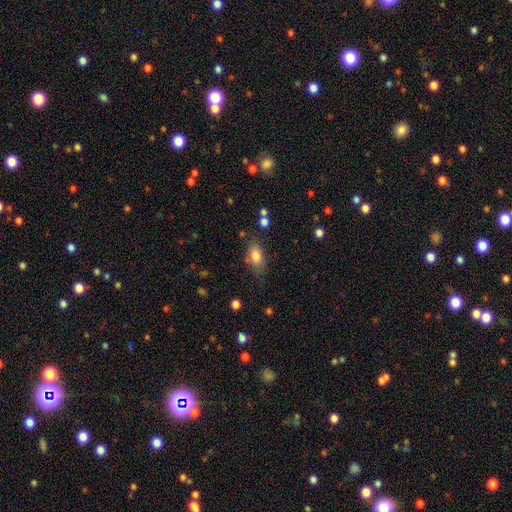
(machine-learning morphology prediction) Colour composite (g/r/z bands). It shows a smooth galaxy with no disk features (83%) that is in between round and cigar-shaped (89%). Merging: none (67%).